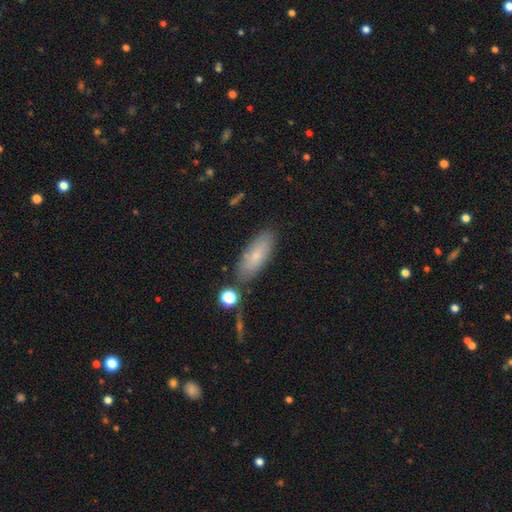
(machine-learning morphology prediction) Q: Smooth or featured?
A: smooth (73%); runner-up: featured or disk (19%)
Q: How rounded?
A: in between (71%); runner-up: cigar-shaped (27%)
Q: Merging?
A: none (79%); runner-up: minor disturbance (13%)